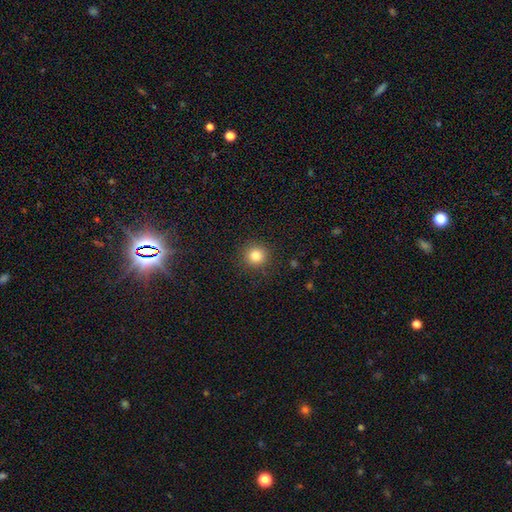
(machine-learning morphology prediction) smooth_or_featured: smooth (p=0.82) [alt: star or artifact p=0.12]
how_rounded: round (p=0.94) [alt: in between p=0.05]
merging: none (p=0.91) [alt: minor disturbance p=0.06]